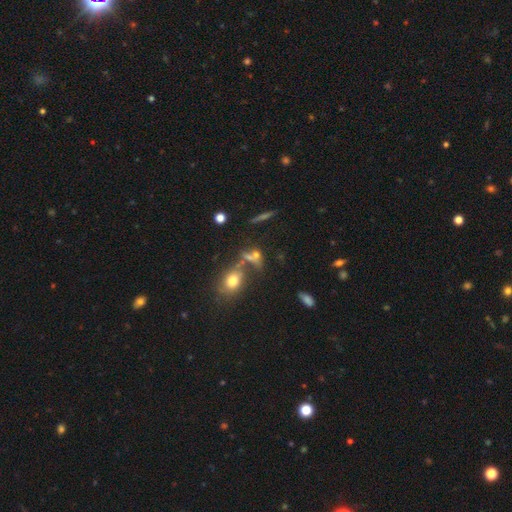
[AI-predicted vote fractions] A smooth galaxy with no disk features (54%) that is round (44%).

Vote fractions:
- Smooth or featured? smooth: 54% / featured or disk: 24% / star or artifact: 23%
- How rounded? round: 44% / in between: 43% / cigar-shaped: 14%
- Merging? none: 45% / merger: 34% / minor disturbance: 12% / major disturbance: 9%